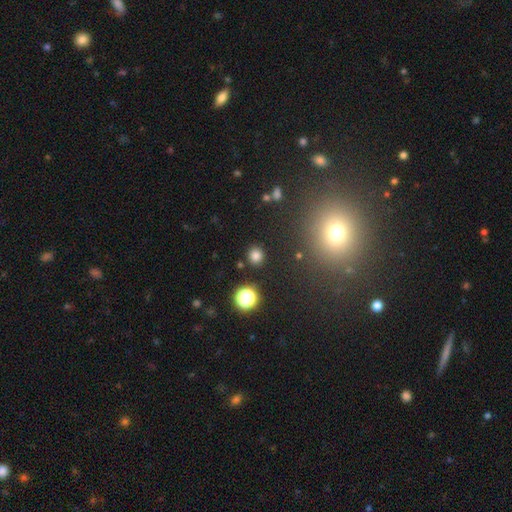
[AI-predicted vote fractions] This appears to be a smooth galaxy with no disk features (79%) that is round (84%). Merging: none (88%).